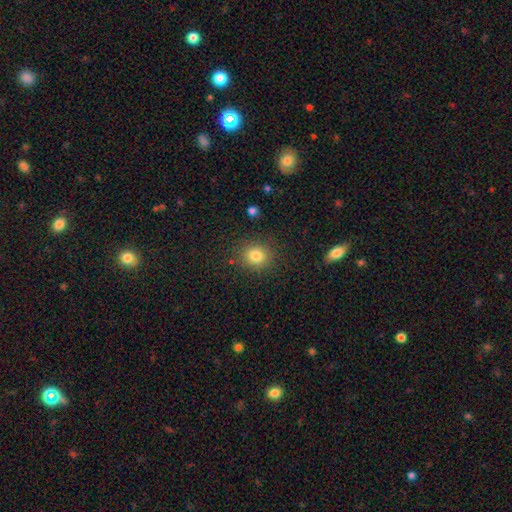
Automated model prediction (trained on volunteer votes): This is clearly a smooth galaxy (82%). How rounded: likely round (80%). Merging: clearly none (86%).